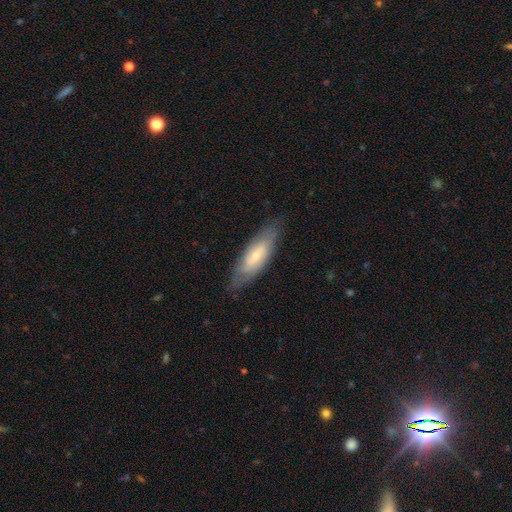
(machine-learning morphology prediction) Q: Smooth or featured?
A: smooth (54%); runner-up: featured or disk (40%)
Q: How rounded?
A: in between (52%); runner-up: cigar-shaped (47%)
Q: Merging?
A: none (80%); runner-up: minor disturbance (15%)